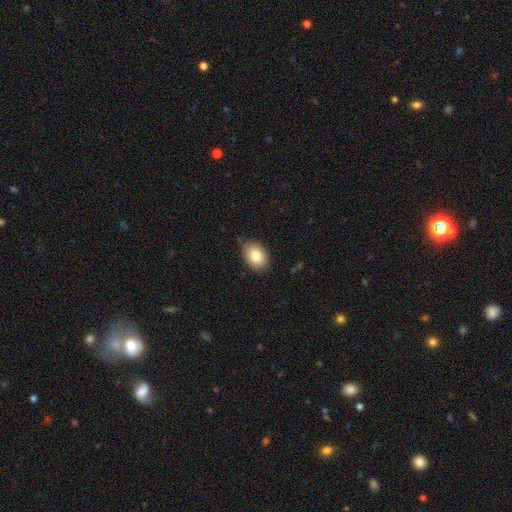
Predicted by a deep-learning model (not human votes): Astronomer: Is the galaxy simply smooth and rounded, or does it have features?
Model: smooth — 82%.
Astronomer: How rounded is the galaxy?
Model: in between — 79%.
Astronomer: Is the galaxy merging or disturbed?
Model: none — 78%.